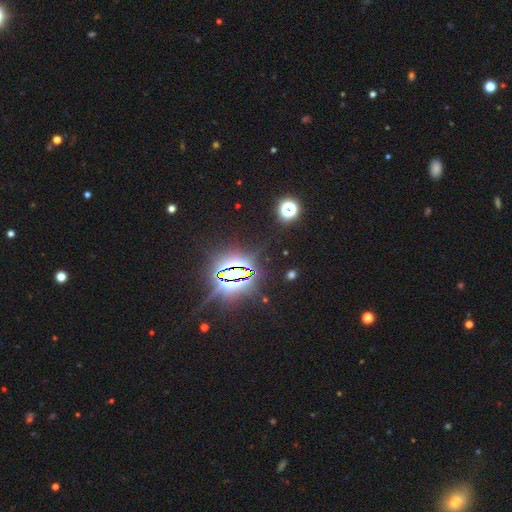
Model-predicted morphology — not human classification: The model was most divided on "smooth or featured": star or artifact: 87%, smooth: 7%, featured or disk: 6%.